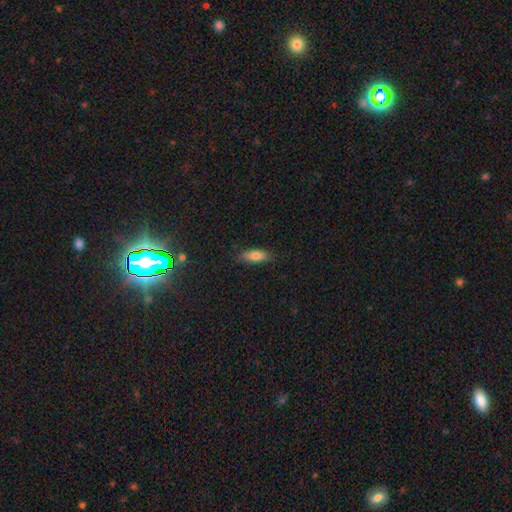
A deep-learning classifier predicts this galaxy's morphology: type=smooth (76%); roundness=in between (65%); merging=none (85%).